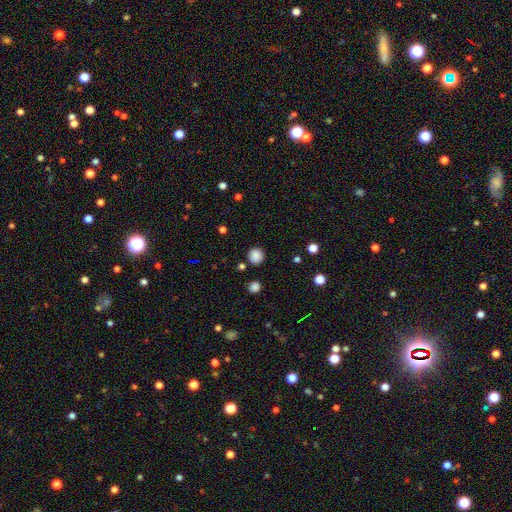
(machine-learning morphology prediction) Smooth or featured? smooth (85%)
How rounded? round (91%)
Merging? none (87%)